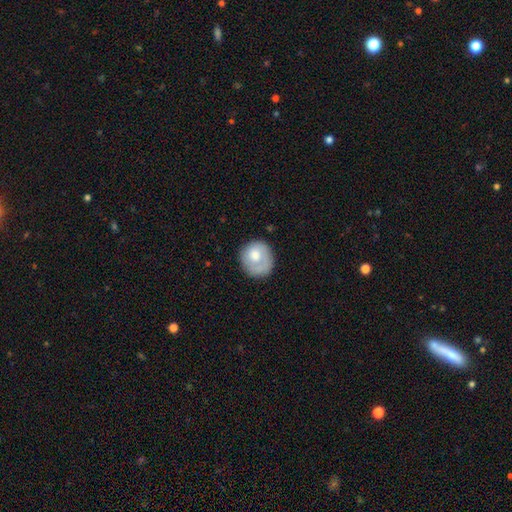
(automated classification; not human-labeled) Overall: smooth (68%). How rounded: round (81%). Merging: none (64%).